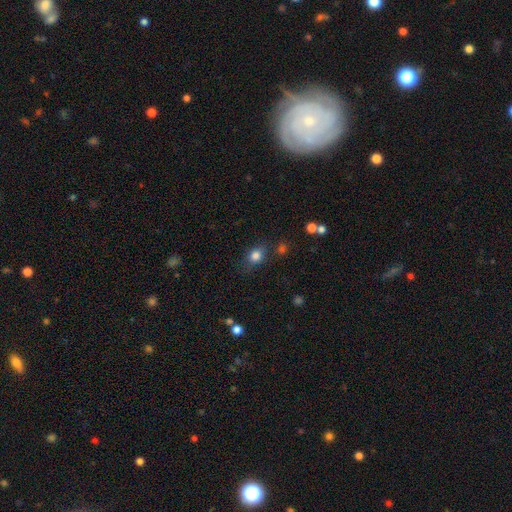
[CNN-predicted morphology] Smooth or featured: smooth — 81% (star or artifact — 11%)
How rounded: in between — 53% (round — 45%)
Merging: none — 71% (minor disturbance — 19%)